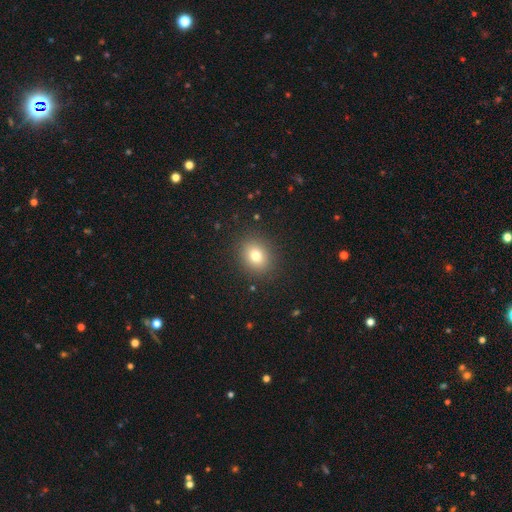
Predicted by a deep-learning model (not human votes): smooth 78%, star or artifact 13%, featured or disk 10%. Down the decision tree: how rounded — round (59%); merging — none (88%).